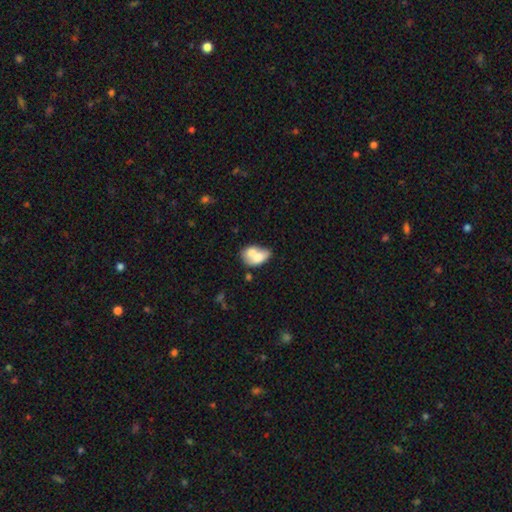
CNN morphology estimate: Smooth or featured?
  - smooth: 65% *
  - featured or disk: 28%
  - star or artifact: 7%
How rounded?
  - in between: 81% *
  - round: 17%
  - cigar-shaped: 2%
Merging?
  - merger: 66% *
  - none: 18%
  - minor disturbance: 10%
  - major disturbance: 6%